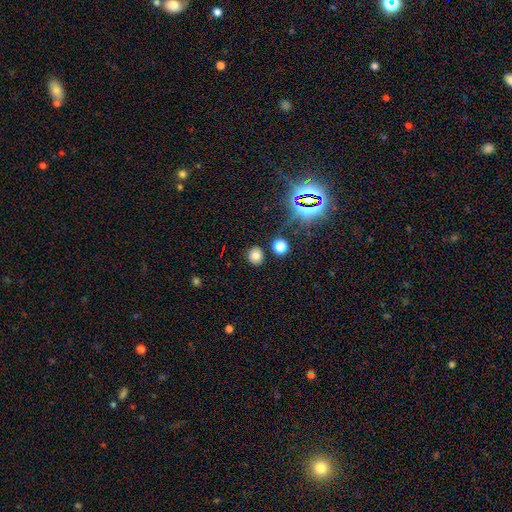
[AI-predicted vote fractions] smooth 74%, star or artifact 18%, featured or disk 8%. Down the decision tree: how rounded — round (80%); merging — none (86%).